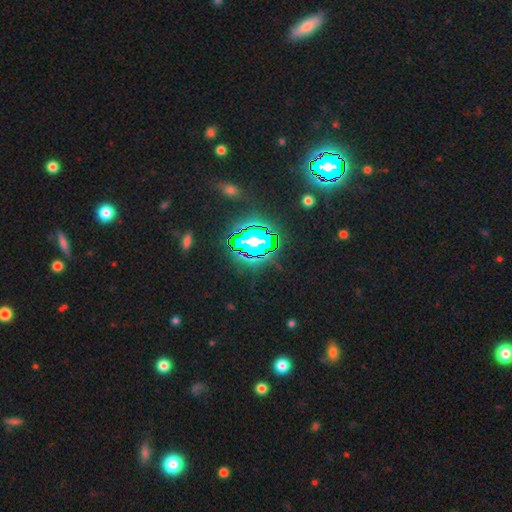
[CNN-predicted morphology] smooth-or-featured: star or artifact: 74% | smooth: 14% | featured or disk: 12%